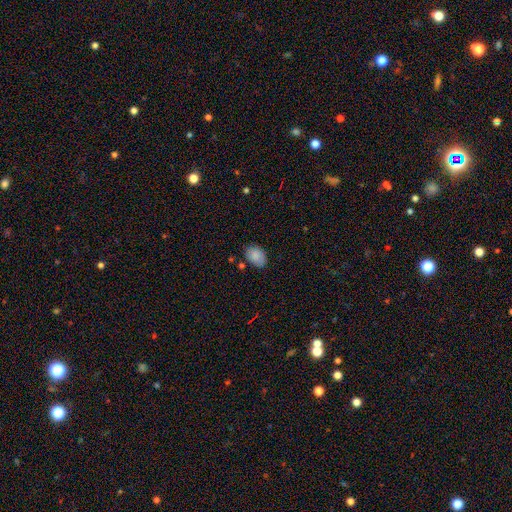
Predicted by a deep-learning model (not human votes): Q: Smooth or featured?
A: smooth (85%); runner-up: star or artifact (8%)
Q: How rounded?
A: in between (80%); runner-up: round (19%)
Q: Merging?
A: none (74%); runner-up: minor disturbance (19%)